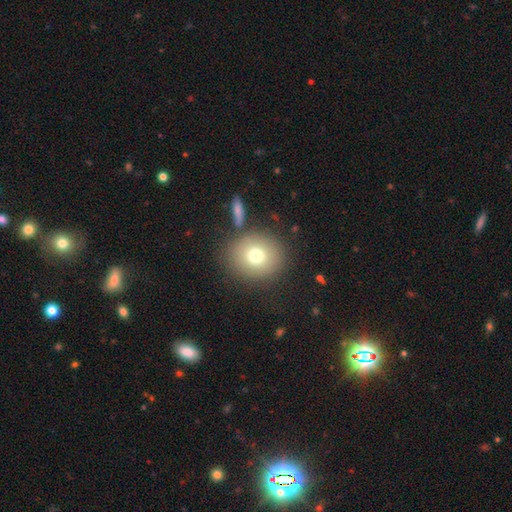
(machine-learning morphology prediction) Smooth or featured? smooth (74%)
How rounded? round (83%)
Merging? none (79%)